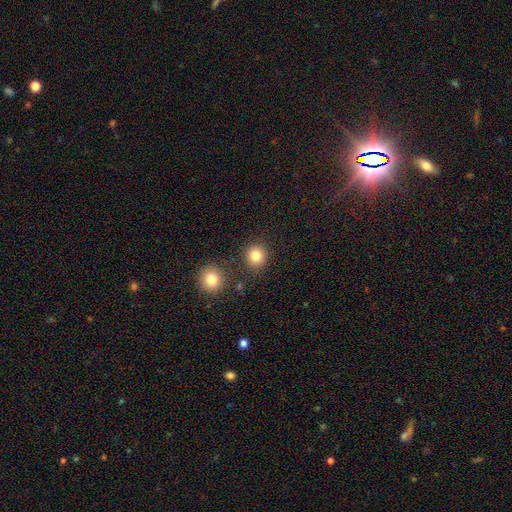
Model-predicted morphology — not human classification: This appears to be a smooth galaxy with no disk features (82%) that is round (90%). Merging: none (86%).